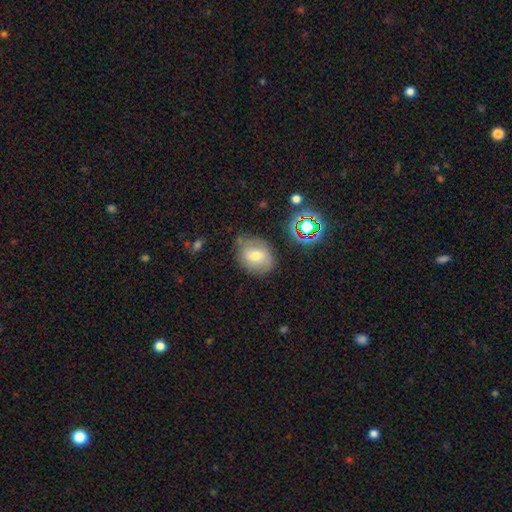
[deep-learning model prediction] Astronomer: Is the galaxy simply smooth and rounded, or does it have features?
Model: smooth — 65%.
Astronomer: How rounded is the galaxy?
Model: in between — 52% (runner-up: round, 47%).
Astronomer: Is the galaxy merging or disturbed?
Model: none — 71%.